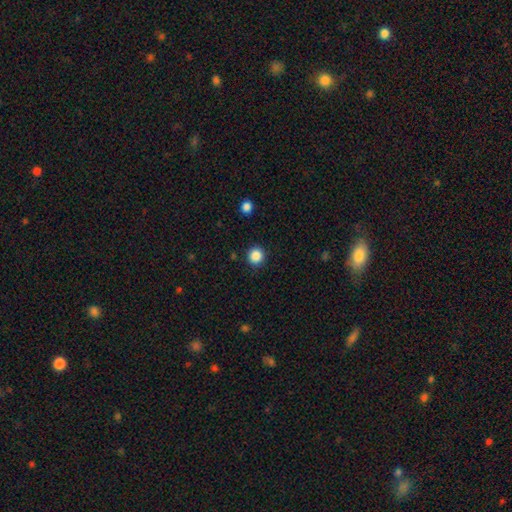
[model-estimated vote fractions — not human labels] Smooth or featured? smooth (87%)
How rounded? round (92%)
Merging? none (90%)